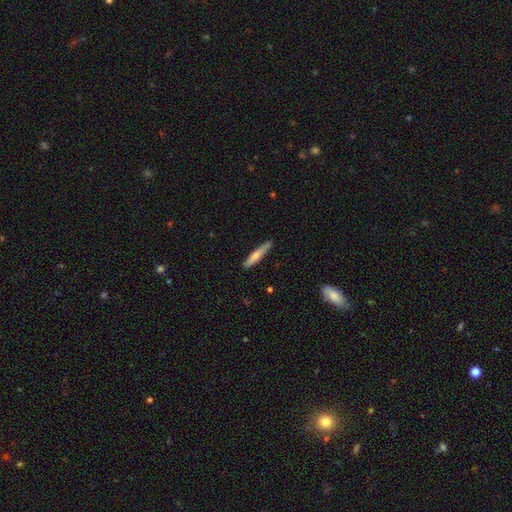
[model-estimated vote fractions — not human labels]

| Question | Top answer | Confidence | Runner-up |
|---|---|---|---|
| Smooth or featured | smooth | 65% | featured or disk (30%) |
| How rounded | cigar-shaped | 92% | in between (7%) |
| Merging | none | 86% | minor disturbance (10%) |